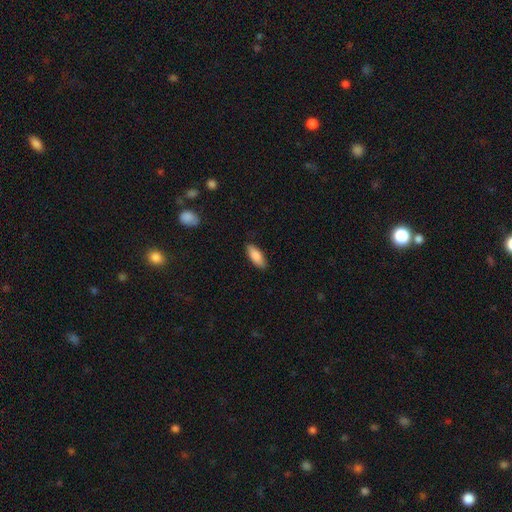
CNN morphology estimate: Smooth or featured? smooth (87%)
How rounded? in between (76%)
Merging? none (86%)